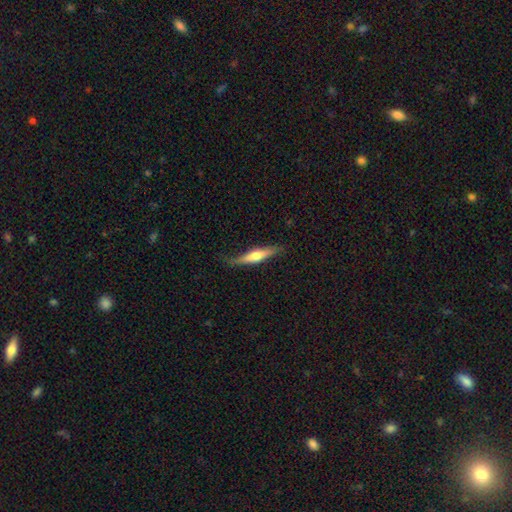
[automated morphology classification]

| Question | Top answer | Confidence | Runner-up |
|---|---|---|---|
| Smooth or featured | featured or disk | 54% | smooth (41%) |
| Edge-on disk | yes | 93% | no (7%) |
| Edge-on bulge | rounded | 88% | none (6%) |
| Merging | none | 76% | minor disturbance (18%) |